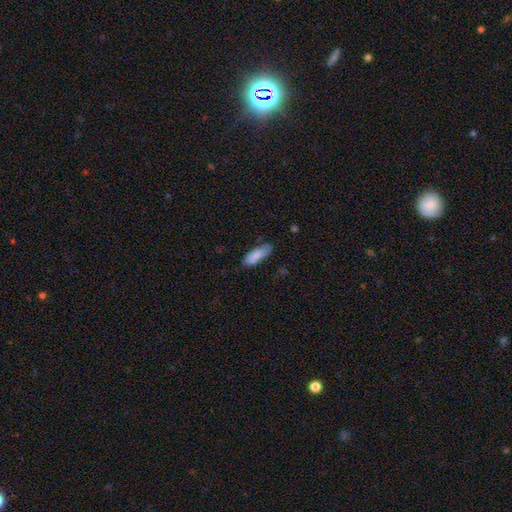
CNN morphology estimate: A smooth galaxy with no disk features (83%) that is in between round and cigar-shaped (64%). Merging: none (75%).